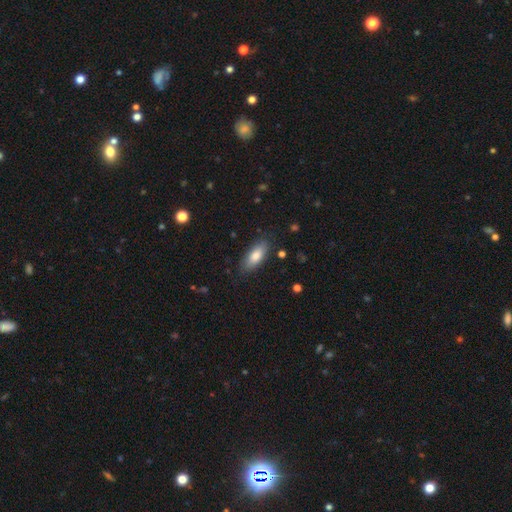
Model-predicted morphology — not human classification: type=smooth (79%); roundness=in between (78%); merging=none (84%).